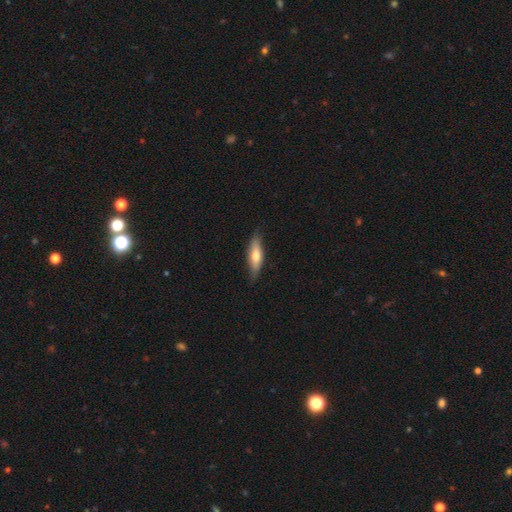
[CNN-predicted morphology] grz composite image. It shows a smooth galaxy with no disk features (59%) that is cigar-shaped (61%). Merging: none (79%).